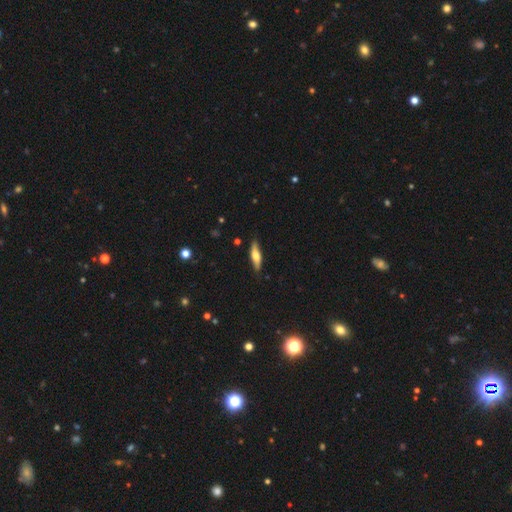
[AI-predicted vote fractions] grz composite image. It shows a smooth galaxy with no disk features (49%). Merging: none (83%).